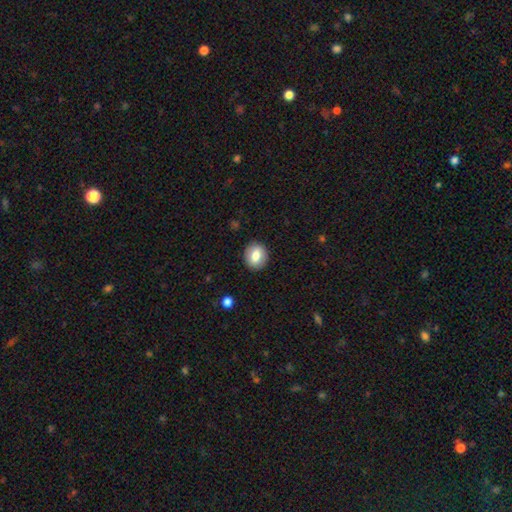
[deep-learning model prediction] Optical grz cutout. It shows a smooth galaxy with no disk features (77%) that is round (66%). Merging: none (89%).